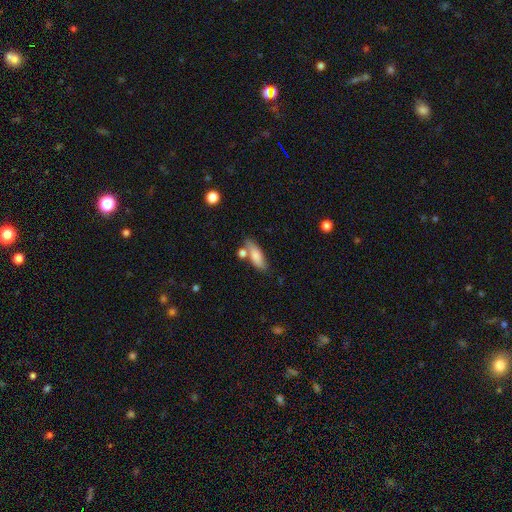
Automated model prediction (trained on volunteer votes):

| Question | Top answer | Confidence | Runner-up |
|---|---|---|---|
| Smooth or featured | smooth | 79% | featured or disk (14%) |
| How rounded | in between | 68% | cigar-shaped (29%) |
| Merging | none | 60% | minor disturbance (18%) |